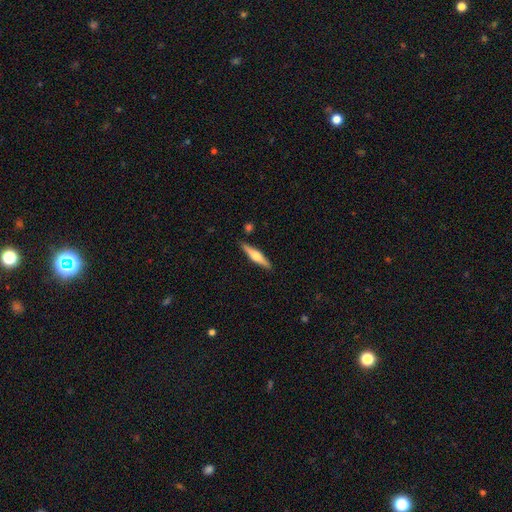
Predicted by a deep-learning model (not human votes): This is possibly a featured or disk galaxy (58%). It is clearly viewed edge-on (97%). Edge-on bulge: clearly rounded (88%). Merging: clearly none (88%).